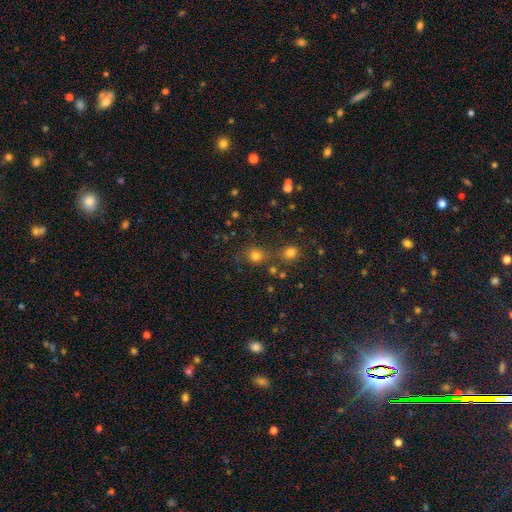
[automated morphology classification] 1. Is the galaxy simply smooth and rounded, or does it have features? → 77% smooth, 17% star or artifact, 6% featured or disk.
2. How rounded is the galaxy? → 79% round, 20% in between, 1% cigar-shaped.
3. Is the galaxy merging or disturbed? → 63% none, 20% merger, 11% minor disturbance, 6% major disturbance.